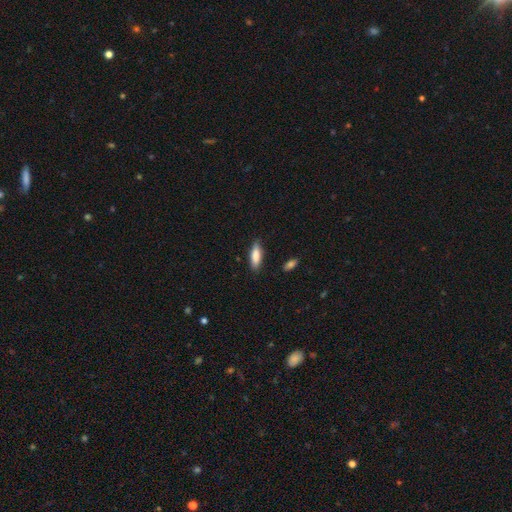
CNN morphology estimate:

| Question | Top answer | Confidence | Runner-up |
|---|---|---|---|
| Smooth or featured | smooth | 82% | featured or disk (12%) |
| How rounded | in between | 50% | cigar-shaped (48%) |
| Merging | none | 85% | minor disturbance (11%) |